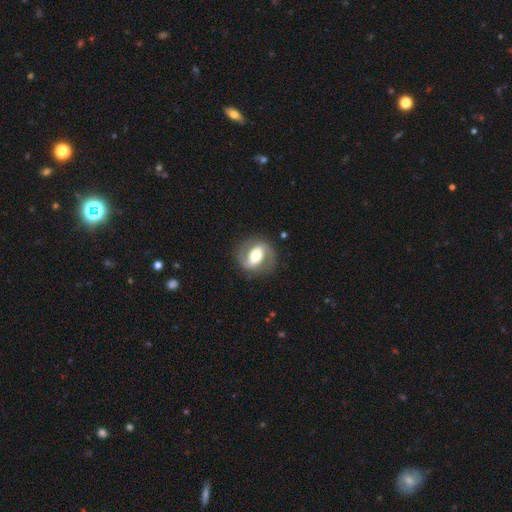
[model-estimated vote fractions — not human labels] featured or disk 74%, smooth 21%, star or artifact 6%. Down the decision tree: edge-on disk — no (96%); bar — strong (44%); spiral arms — yes (79%); spiral arm count — 2 (88%); spiral winding — medium (48%); bulge size — moderate (63%); merging — none (81%).